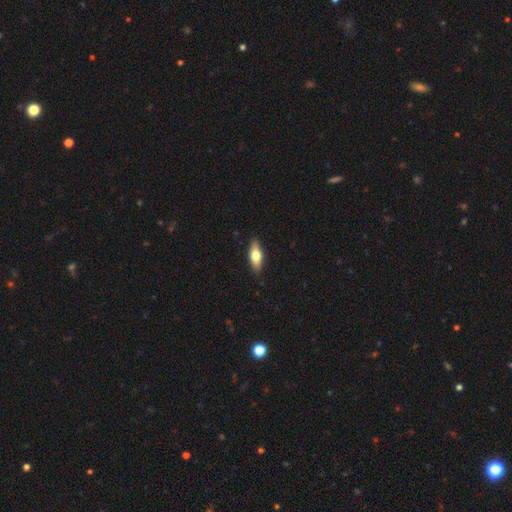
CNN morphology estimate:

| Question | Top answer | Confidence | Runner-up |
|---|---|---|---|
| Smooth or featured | smooth | 62% | featured or disk (32%) |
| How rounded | in between | 69% | cigar-shaped (27%) |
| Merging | none | 89% | minor disturbance (8%) |